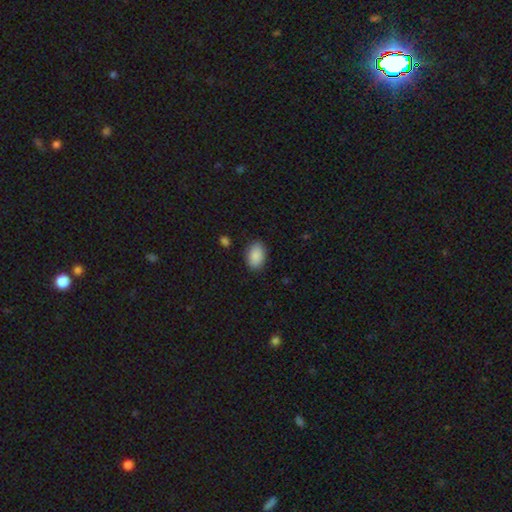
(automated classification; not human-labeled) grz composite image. It shows a smooth galaxy with no disk features (89%) that is in between round and cigar-shaped (89%). Merging: none (87%).